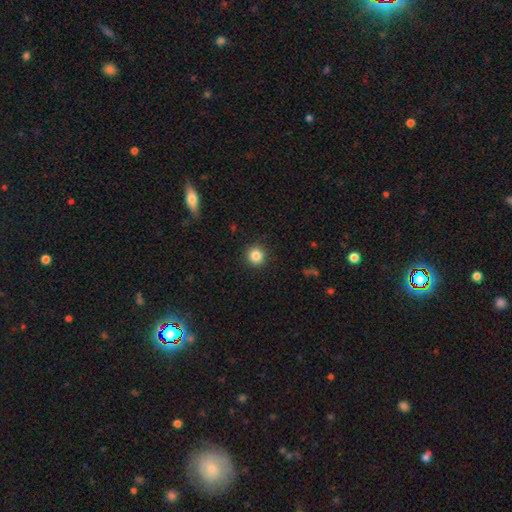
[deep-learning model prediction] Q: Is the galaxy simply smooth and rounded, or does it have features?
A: smooth — 84%.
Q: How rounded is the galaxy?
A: round — 94%.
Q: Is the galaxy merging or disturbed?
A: none — 92%.